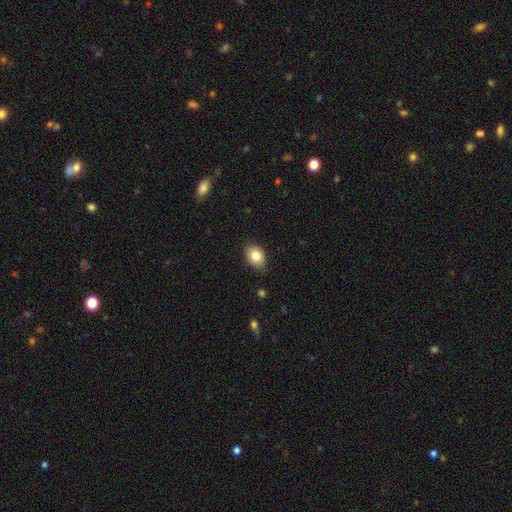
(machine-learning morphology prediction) Q: Smooth or featured?
A: smooth (84%); runner-up: star or artifact (8%)
Q: How rounded?
A: in between (72%); runner-up: round (27%)
Q: Merging?
A: none (80%); runner-up: minor disturbance (16%)